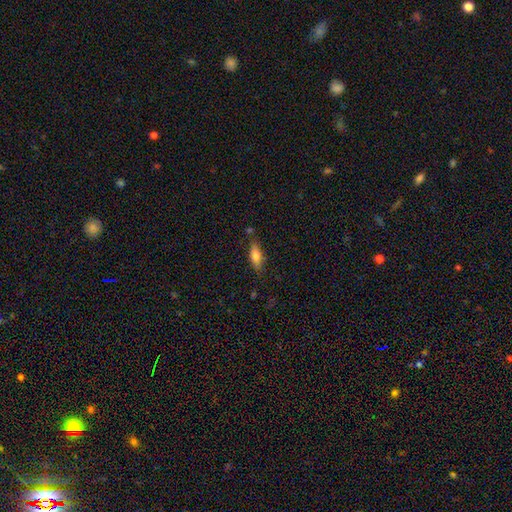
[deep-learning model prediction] Smooth or featured: smooth — 74% (featured or disk — 18%)
How rounded: in between — 69% (cigar-shaped — 29%)
Merging: none — 75% (minor disturbance — 17%)